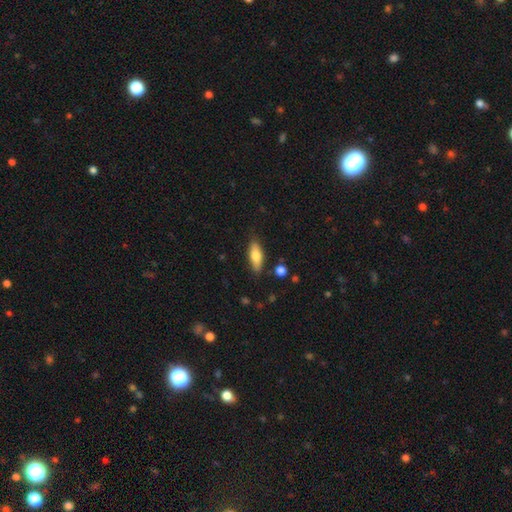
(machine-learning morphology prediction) This appears to be a smooth galaxy with no disk features (76%) that is in between round and cigar-shaped (67%). Merging: none (81%).